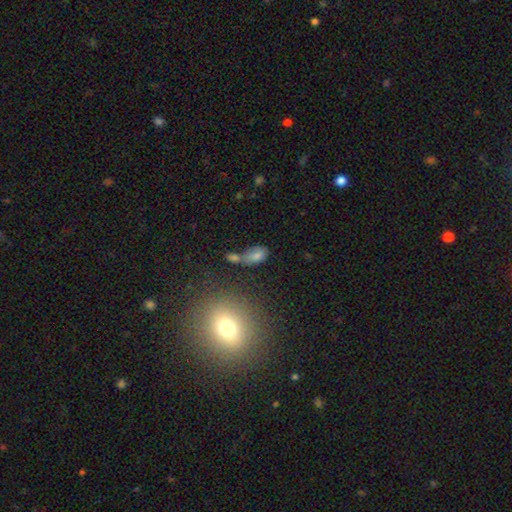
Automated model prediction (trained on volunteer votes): This is likely a smooth galaxy (74%). How rounded: clearly in between (88%). Merging: marginally merger (36%).